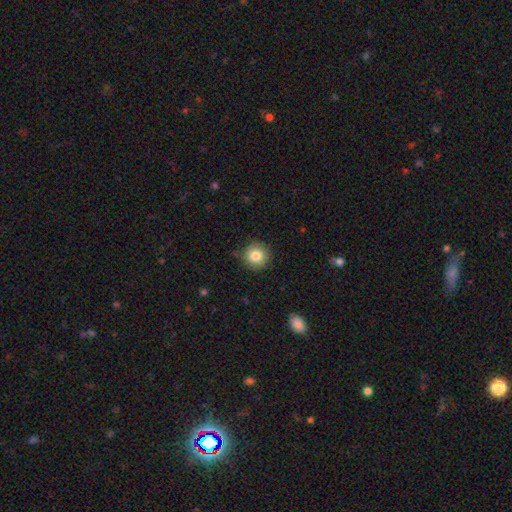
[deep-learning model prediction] A smooth galaxy with no disk features (83%) that is round (93%).

Vote fractions:
- Smooth or featured? smooth: 83% / star or artifact: 10% / featured or disk: 8%
- How rounded? round: 93% / in between: 6% / cigar-shaped: 1%
- Merging? none: 87% / minor disturbance: 10% / major disturbance: 2% / merger: 1%